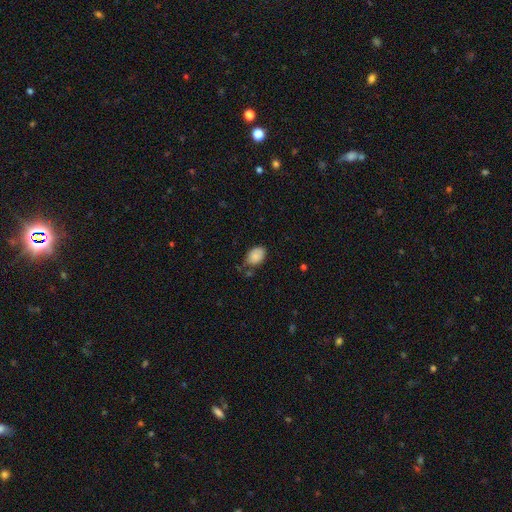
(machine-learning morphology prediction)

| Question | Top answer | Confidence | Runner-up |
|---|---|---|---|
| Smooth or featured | smooth | 85% | star or artifact (8%) |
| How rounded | in between | 81% | round (18%) |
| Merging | none | 62% | minor disturbance (27%) |